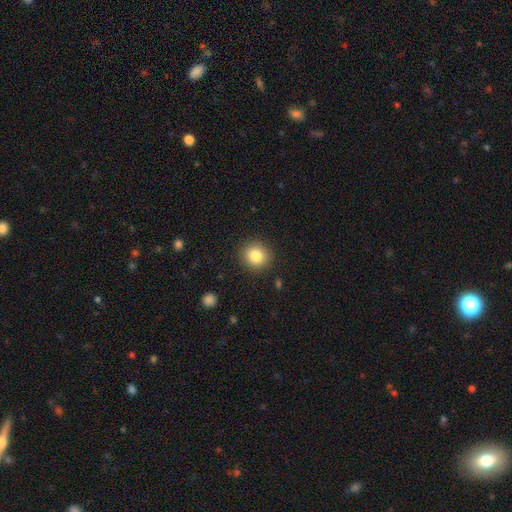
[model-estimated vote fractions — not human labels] Morphology: type=smooth (83%); roundness=round (91%); merging=none (90%).